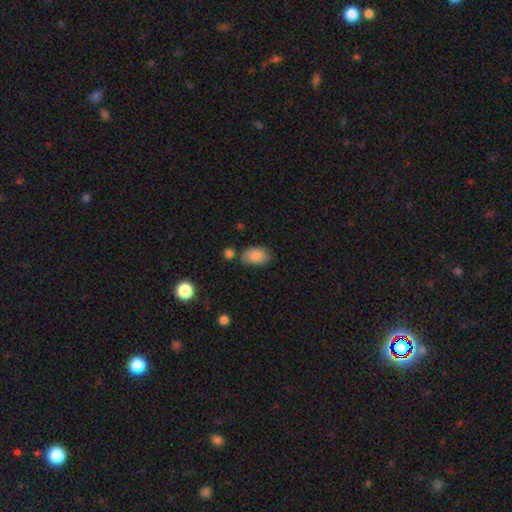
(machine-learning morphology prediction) Q: Smooth or featured?
A: smooth (86%); runner-up: star or artifact (8%)
Q: How rounded?
A: in between (90%); runner-up: round (9%)
Q: Merging?
A: none (63%); runner-up: minor disturbance (23%)